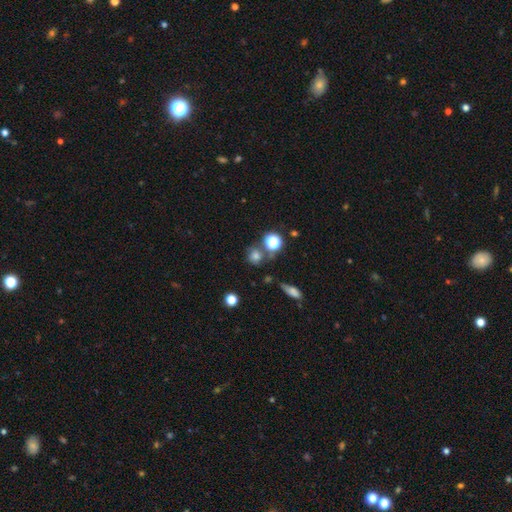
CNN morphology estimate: smooth_or_featured: smooth (p=0.69) [alt: star or artifact p=0.21]
how_rounded: round (p=0.83) [alt: in between p=0.16]
merging: none (p=0.67) [alt: minor disturbance p=0.15]